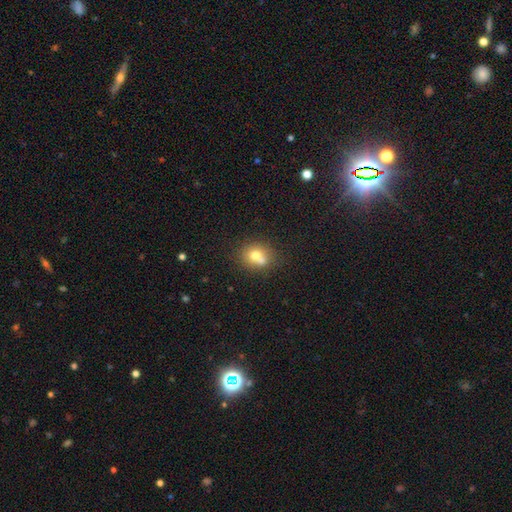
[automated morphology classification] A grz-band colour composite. It shows a smooth galaxy with no disk features (70%) that is round (71%). Merging: none (46%).